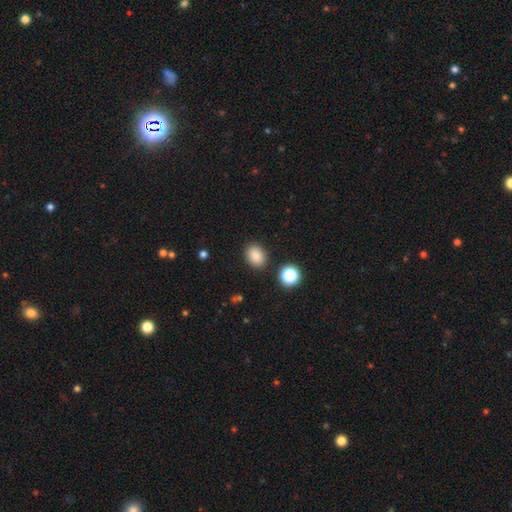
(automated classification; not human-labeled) This is clearly a smooth galaxy (85%). How rounded: likely in between (63%). Merging: clearly none (87%).